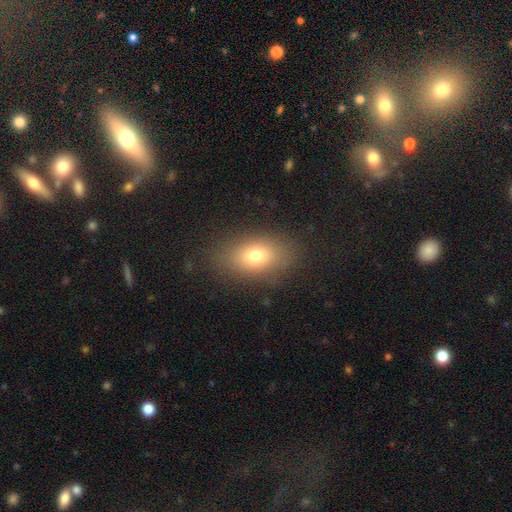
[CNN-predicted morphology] smooth-or-featured: smooth: 75% | featured or disk: 14% | star or artifact: 11%
  how-rounded: in between: 85% | round: 12% | cigar-shaped: 3%
  merging: none: 84% | minor disturbance: 11% | major disturbance: 4% | merger: 1%